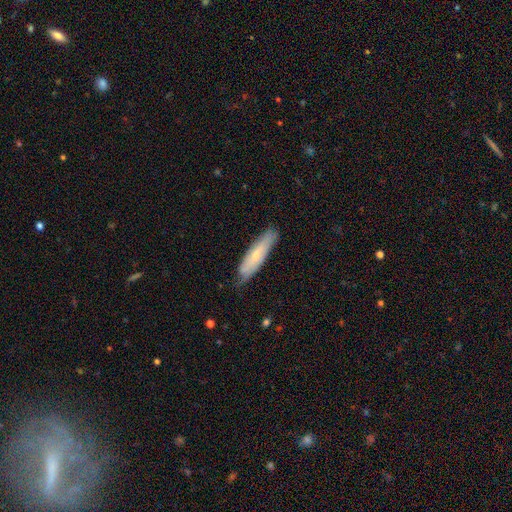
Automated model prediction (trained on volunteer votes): A smooth galaxy with no disk features (56%) that is cigar-shaped (70%).

Vote fractions:
- Smooth or featured? smooth: 56% / featured or disk: 38% / star or artifact: 6%
- How rounded? cigar-shaped: 70% / in between: 28% / round: 2%
- Merging? none: 73% / minor disturbance: 22% / major disturbance: 3% / merger: 1%